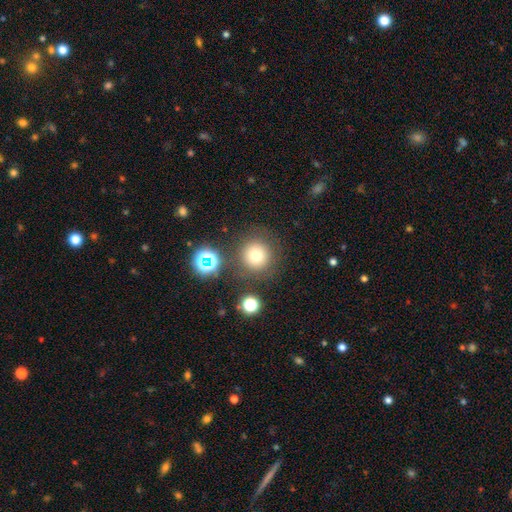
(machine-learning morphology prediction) Smooth or featured: smooth — 74% (star or artifact — 16%)
How rounded: round — 95% (in between — 4%)
Merging: none — 82% (minor disturbance — 9%)